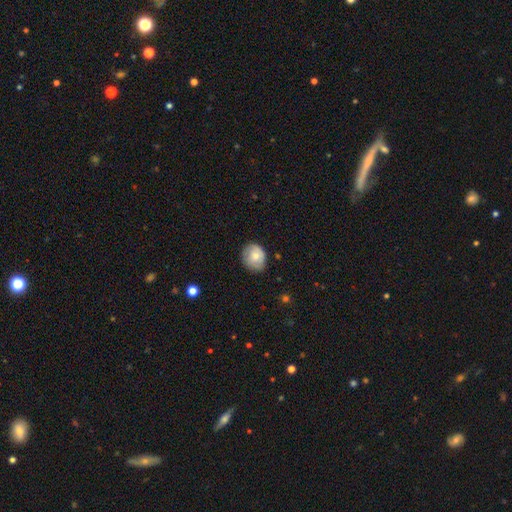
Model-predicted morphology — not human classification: Smooth or featured? Predicted: smooth (p=0.75). How rounded? Predicted: round (p=0.72). Merging? Predicted: none (p=0.73).